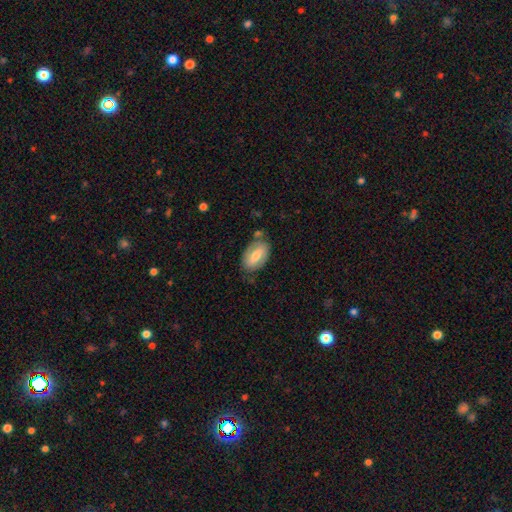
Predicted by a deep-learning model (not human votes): Morphology: type=smooth (64%); roundness=in between (92%); merging=none (69%).